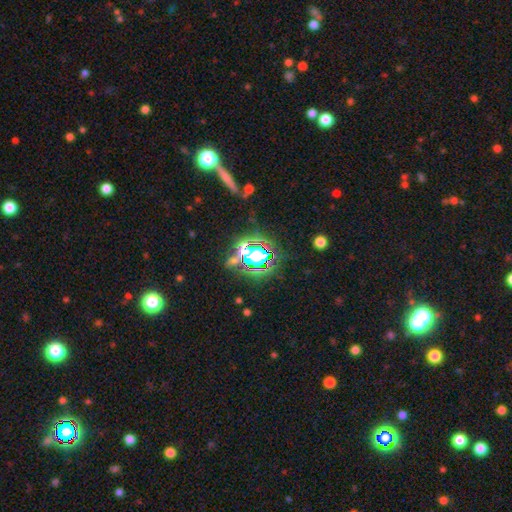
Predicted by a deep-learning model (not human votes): This appears to be a star or artifact, not a galaxy (62%).